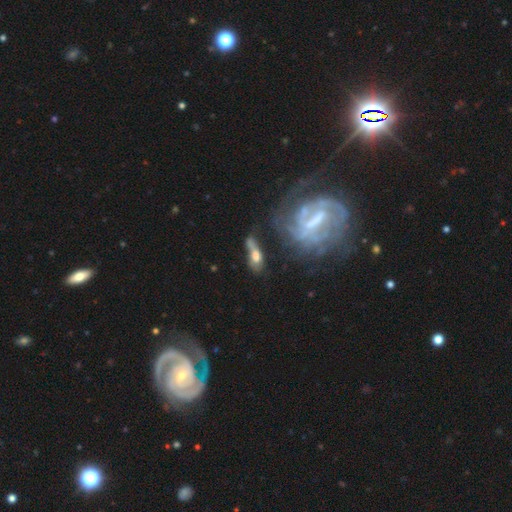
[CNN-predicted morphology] Overall: smooth (52%; featured or disk 37%). How rounded: in between (61%; cigar-shaped 31%). Merging: none (35%; minor disturbance 23%).